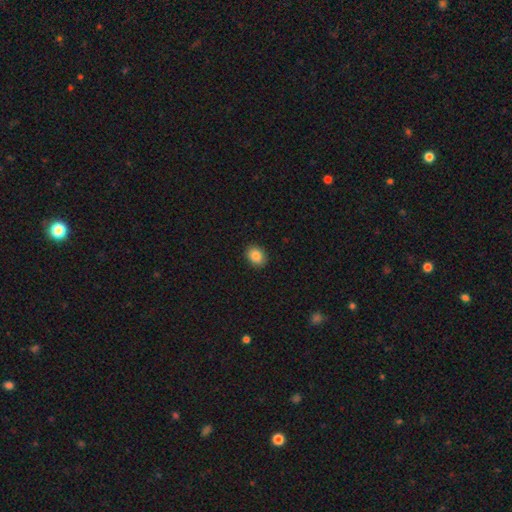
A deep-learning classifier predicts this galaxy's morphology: smooth_or_featured: smooth (p=0.86) [alt: star or artifact p=0.09]
how_rounded: in between (p=0.59) [alt: round p=0.40]
merging: none (p=0.91) [alt: minor disturbance p=0.07]